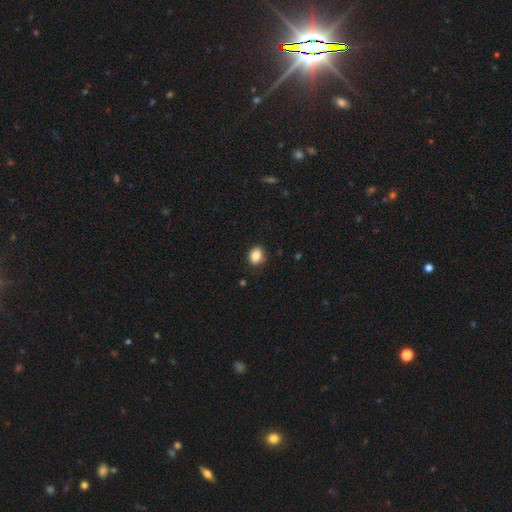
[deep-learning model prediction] Smooth or featured? smooth (86%)
How rounded? in between (52%)
Merging? none (85%)